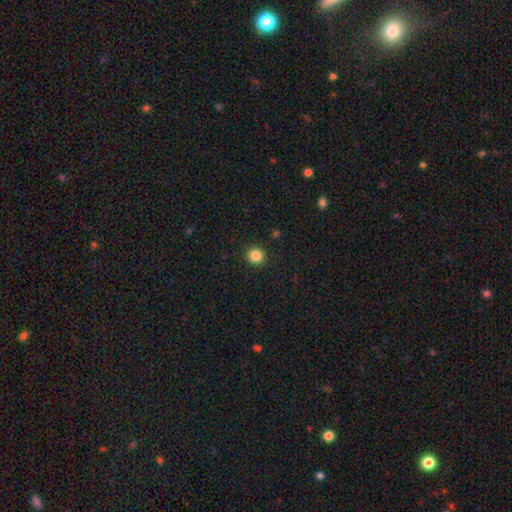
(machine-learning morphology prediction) This is clearly a smooth galaxy (85%). How rounded: clearly round (91%). Merging: clearly none (93%).